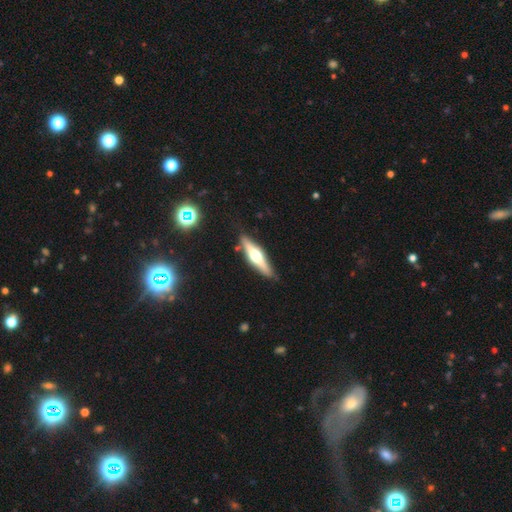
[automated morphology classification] smooth_or_featured: featured or disk (p=0.66) [alt: smooth p=0.29]
disk_edge_on: yes (p=0.96) [alt: no p=0.04]
edge_on_bulge: rounded (p=0.95) [alt: boxy p=0.04]
merging: none (p=0.86) [alt: minor disturbance p=0.10]